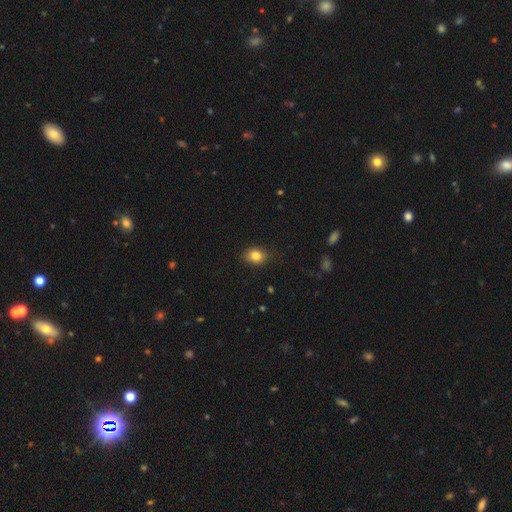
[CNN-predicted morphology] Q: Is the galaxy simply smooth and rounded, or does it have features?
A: smooth — 83%.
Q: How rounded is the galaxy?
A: in between — 53%.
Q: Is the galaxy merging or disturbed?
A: none — 83%.